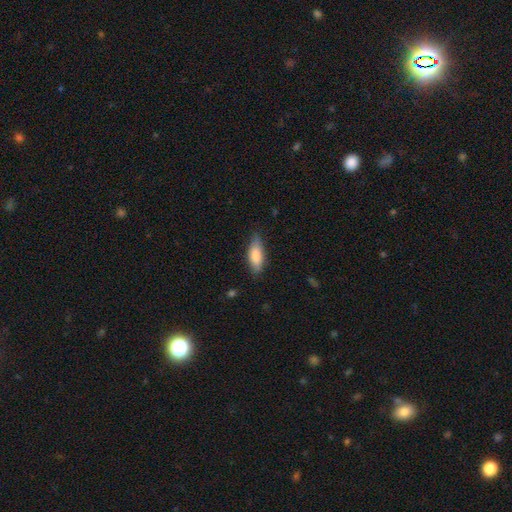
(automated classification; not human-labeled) Overall: smooth (81%). How rounded: in between (72%). Merging: none (74%).